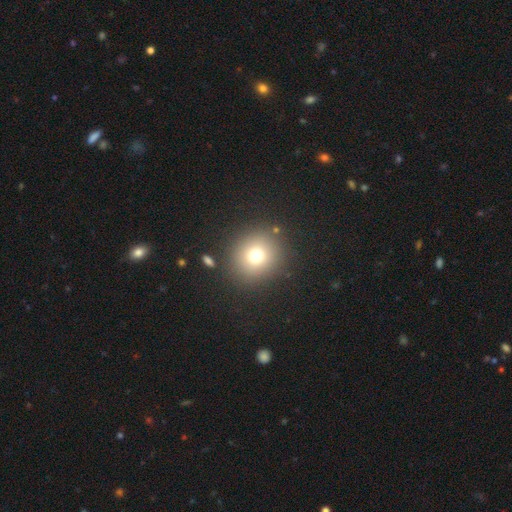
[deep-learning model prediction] The model was most divided on "smooth or featured": smooth: 73%, star or artifact: 16%, featured or disk: 11%. More confident: how rounded — round (89%); merging — none (87%).